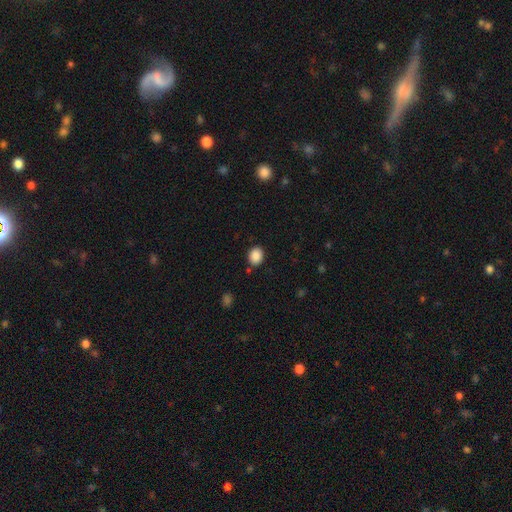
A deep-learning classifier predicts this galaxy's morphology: Smooth or featured: smooth — 88% (star or artifact — 9%)
How rounded: round — 60% (in between — 39%)
Merging: none — 84% (minor disturbance — 10%)